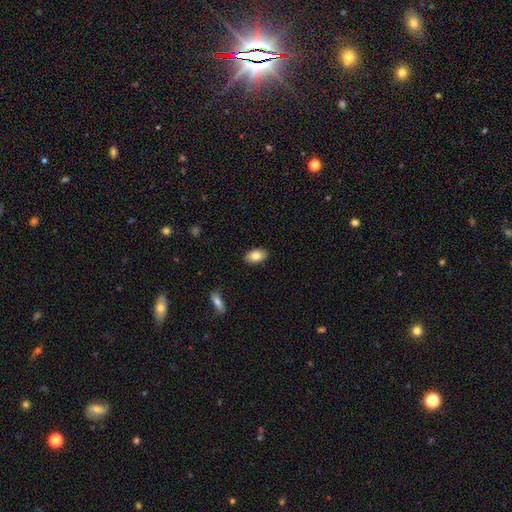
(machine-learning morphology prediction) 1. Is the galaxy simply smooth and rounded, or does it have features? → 83% smooth, 11% featured or disk, 7% star or artifact.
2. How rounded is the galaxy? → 93% in between, 5% round, 2% cigar-shaped.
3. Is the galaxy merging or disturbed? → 89% none, 8% minor disturbance, 2% major disturbance, 1% merger.